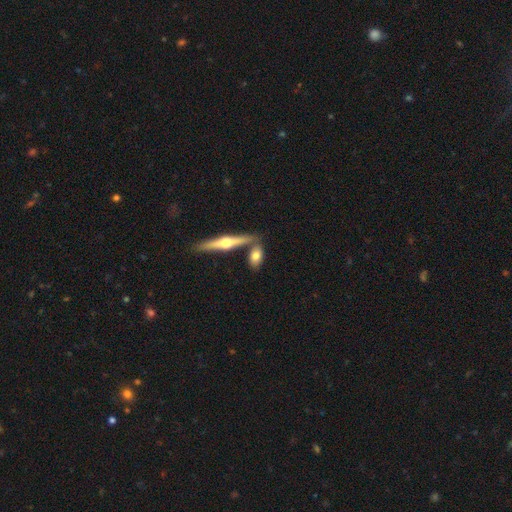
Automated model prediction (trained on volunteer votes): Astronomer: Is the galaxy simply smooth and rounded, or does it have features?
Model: smooth — 63%.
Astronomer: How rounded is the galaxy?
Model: in between — 73%.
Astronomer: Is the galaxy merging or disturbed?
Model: none — 61%.